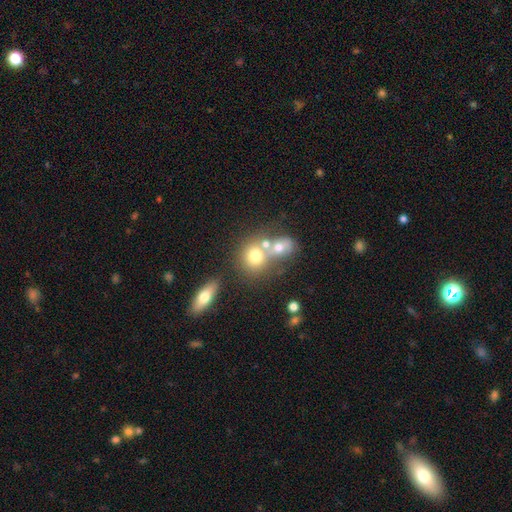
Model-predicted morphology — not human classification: The model was most divided on "merging": merger: 50%, none: 36%, minor disturbance: 9%, major disturbance: 5%. More confident: how rounded — round (71%); smooth or featured — smooth (69%).